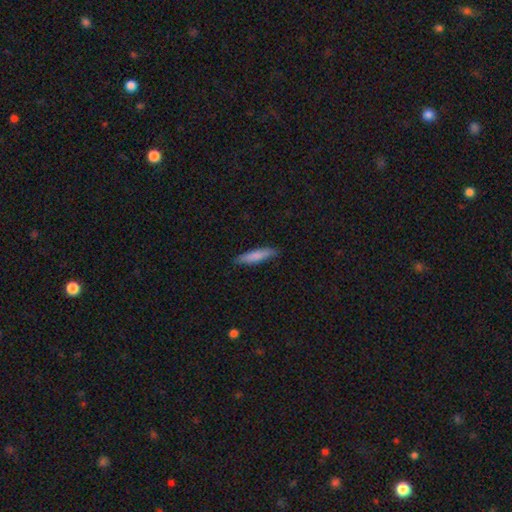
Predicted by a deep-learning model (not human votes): Q: Smooth or featured?
A: smooth (80%); runner-up: featured or disk (14%)
Q: How rounded?
A: cigar-shaped (82%); runner-up: in between (17%)
Q: Merging?
A: none (87%); runner-up: minor disturbance (10%)